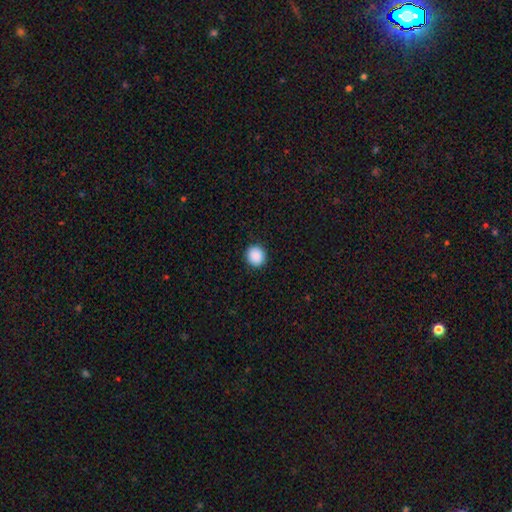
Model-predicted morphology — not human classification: A smooth galaxy with no disk features (90%) that is round (89%). Merging: none (92%).